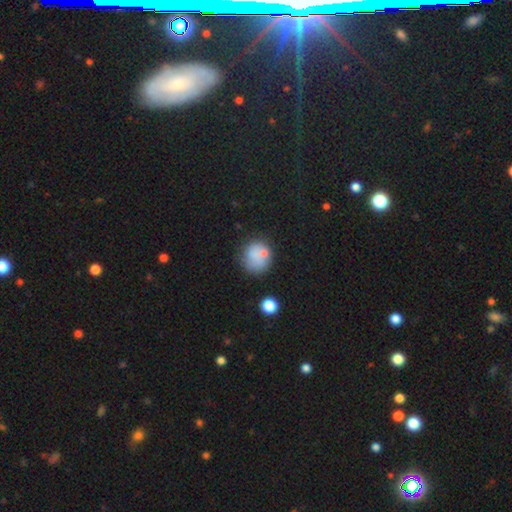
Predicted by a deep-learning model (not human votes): smooth_or_featured: smooth (p=0.73) [alt: featured or disk p=0.16]
how_rounded: round (p=0.82) [alt: in between p=0.17]
merging: none (p=0.58) [alt: minor disturbance p=0.21]